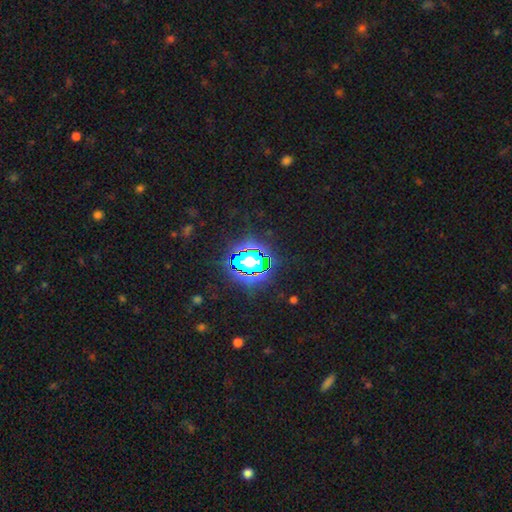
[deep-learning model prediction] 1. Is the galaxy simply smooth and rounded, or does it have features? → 78% star or artifact, 14% smooth, 8% featured or disk.